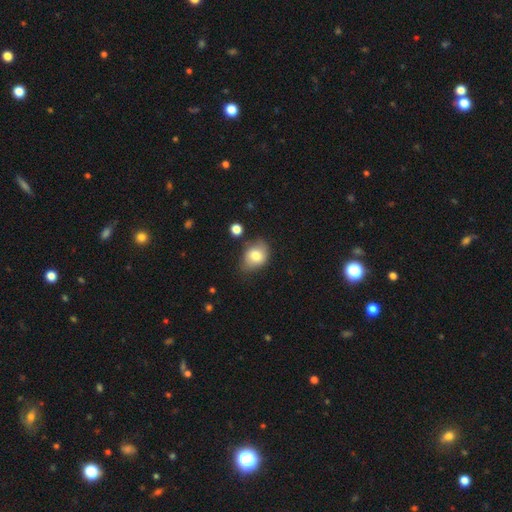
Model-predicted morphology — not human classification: Smooth or featured?
  - smooth: 75% *
  - featured or disk: 16%
  - star or artifact: 9%
How rounded?
  - in between: 59% *
  - round: 40%
  - cigar-shaped: 1%
Merging?
  - none: 56% *
  - minor disturbance: 32%
  - major disturbance: 8%
  - merger: 5%